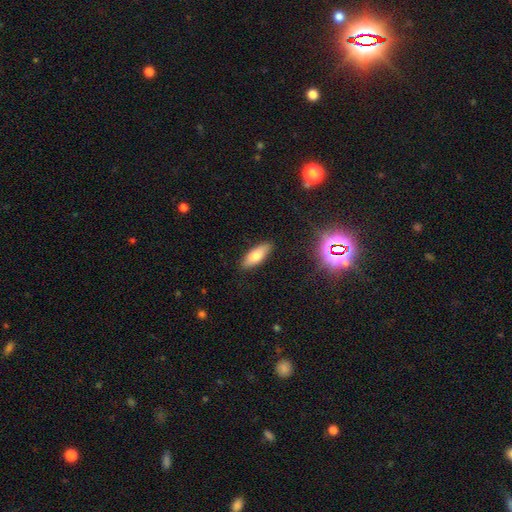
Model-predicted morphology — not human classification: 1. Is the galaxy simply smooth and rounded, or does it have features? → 76% smooth, 16% featured or disk, 8% star or artifact.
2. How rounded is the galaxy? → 73% in between, 25% cigar-shaped, 2% round.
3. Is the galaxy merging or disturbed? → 87% none, 10% minor disturbance, 2% major disturbance, 1% merger.